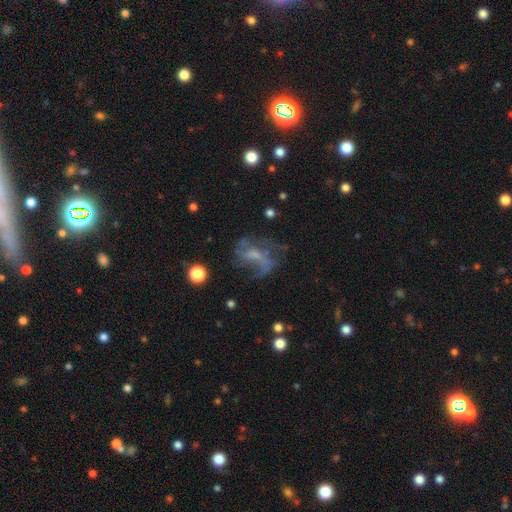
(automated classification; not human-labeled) featured or disk 64%, smooth 21%, star or artifact 16%. Down the decision tree: edge-on disk — no (96%); bar — no (48%); spiral arms — yes (66%); bulge size — small (38%); merging — none (41%).